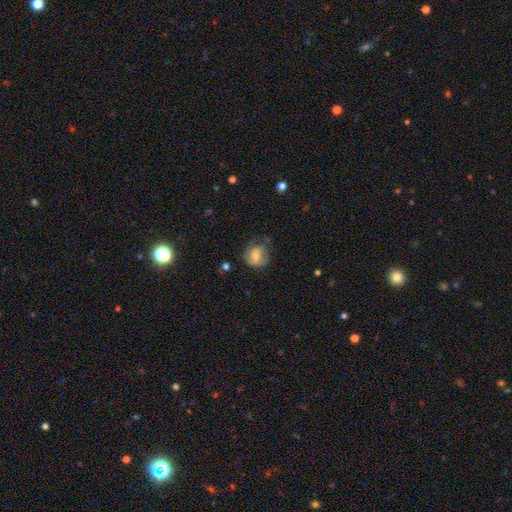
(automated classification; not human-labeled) The model was most divided on "merging": none: 53%, minor disturbance: 29%, major disturbance: 16%, merger: 2%. More confident: how rounded — round (69%); smooth or featured — smooth (65%).